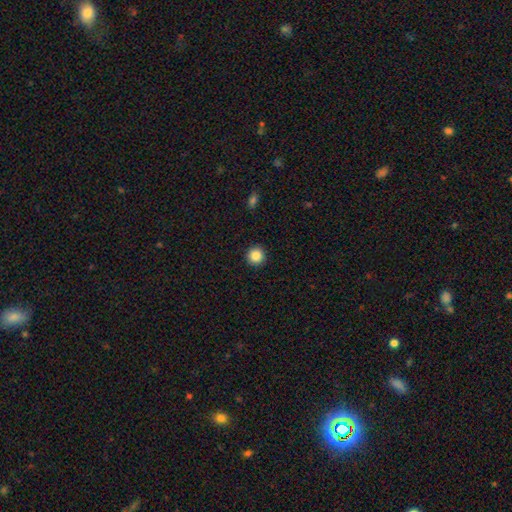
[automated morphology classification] This is clearly a smooth galaxy (86%). How rounded: clearly round (96%). Merging: clearly none (93%).